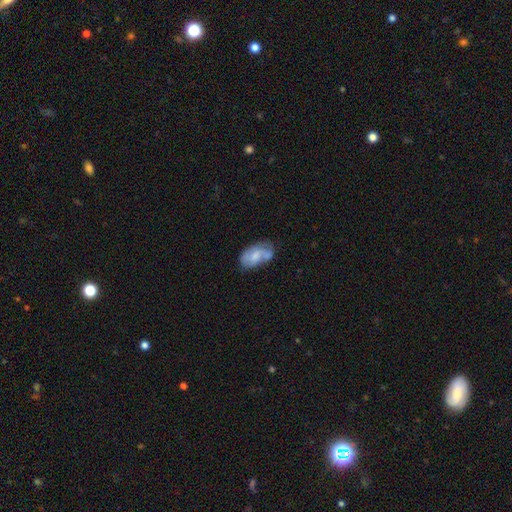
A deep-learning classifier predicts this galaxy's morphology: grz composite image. It shows a smooth galaxy with no disk features (47%). Merging: none (44%).